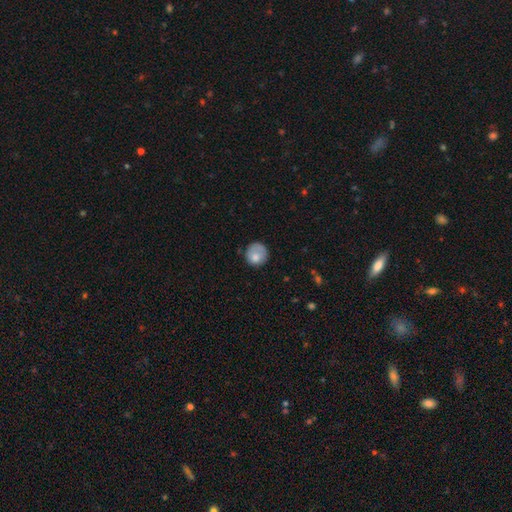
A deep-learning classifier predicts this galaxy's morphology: smooth 76%, featured or disk 16%, star or artifact 8%. Down the decision tree: how rounded — round (89%); merging — none (64%).